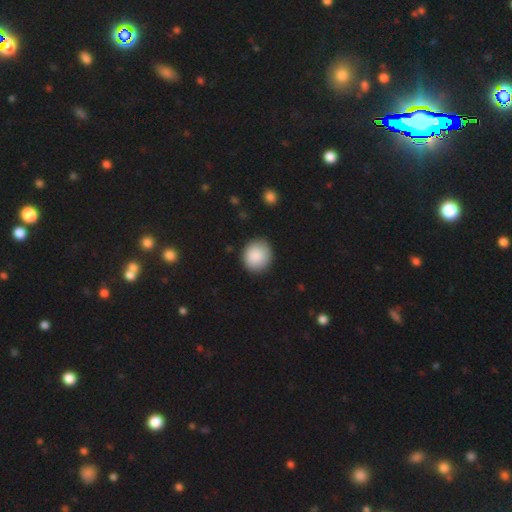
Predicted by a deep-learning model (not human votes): Morphology: type=smooth (89%); roundness=round (82%); merging=none (86%).